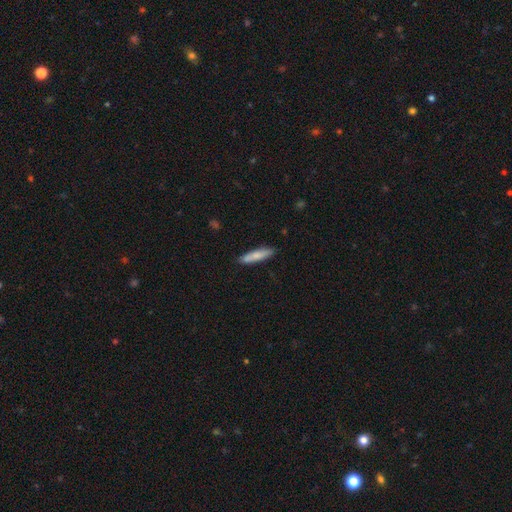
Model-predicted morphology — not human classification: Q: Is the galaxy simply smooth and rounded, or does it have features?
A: smooth — 76%.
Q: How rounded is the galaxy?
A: cigar-shaped — 78%.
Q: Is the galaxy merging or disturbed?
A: none — 85%.